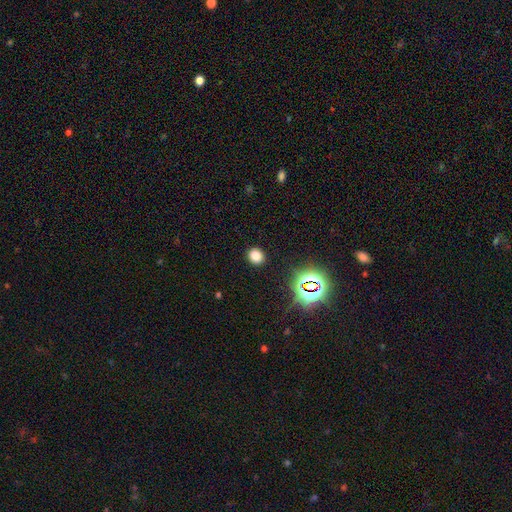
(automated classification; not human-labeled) smooth_or_featured: smooth (p=0.76) [alt: star or artifact p=0.19]
how_rounded: round (p=0.75) [alt: in between p=0.24]
merging: none (p=0.90) [alt: minor disturbance p=0.07]